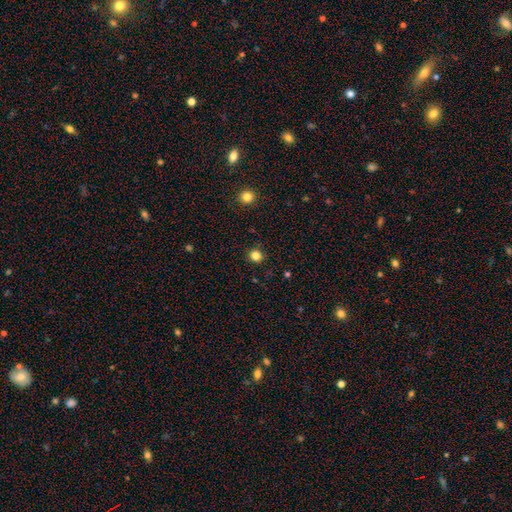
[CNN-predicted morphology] A smooth galaxy with no disk features (82%) that is round (91%).

Vote fractions:
- Smooth or featured? smooth: 82% / star or artifact: 14% / featured or disk: 4%
- How rounded? round: 91% / in between: 8% / cigar-shaped: 1%
- Merging? none: 91% / minor disturbance: 6% / major disturbance: 2% / merger: 1%